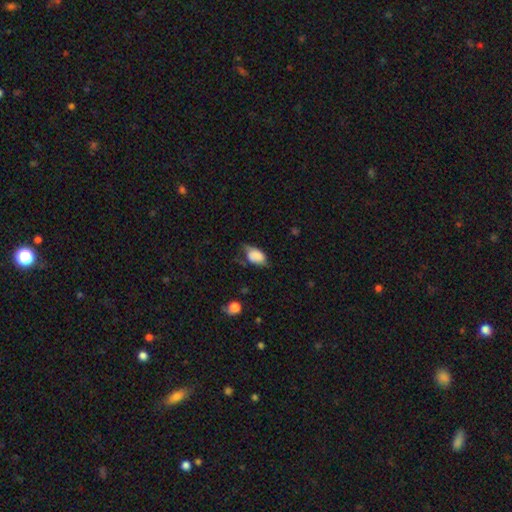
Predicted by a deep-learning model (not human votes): smooth_or_featured: smooth (p=0.79) [alt: featured or disk p=0.13]
how_rounded: in between (p=0.91) [alt: round p=0.07]
merging: none (p=0.41) [alt: minor disturbance p=0.38]